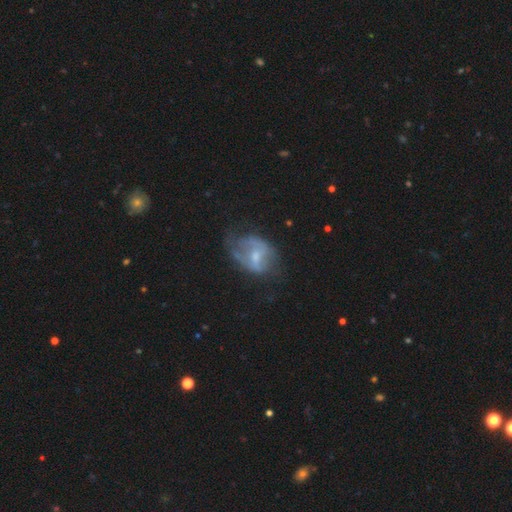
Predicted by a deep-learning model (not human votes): This is likely a featured or disk galaxy (62%). It is clearly not viewed edge-on (96%). Bar: marginally weak (44%, tied with no). Spiral arm pattern: possibly yes (60%). Central bulge: possibly moderate (47%). Merging: marginally none (42%).